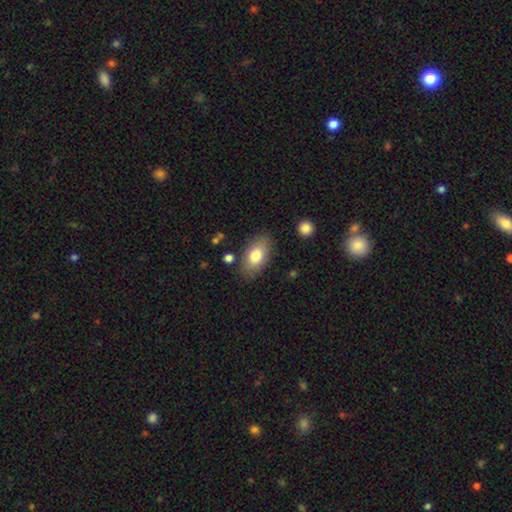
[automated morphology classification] This appears to be a smooth galaxy with no disk features (77%) that is in between round and cigar-shaped (91%). Merging: none (81%).